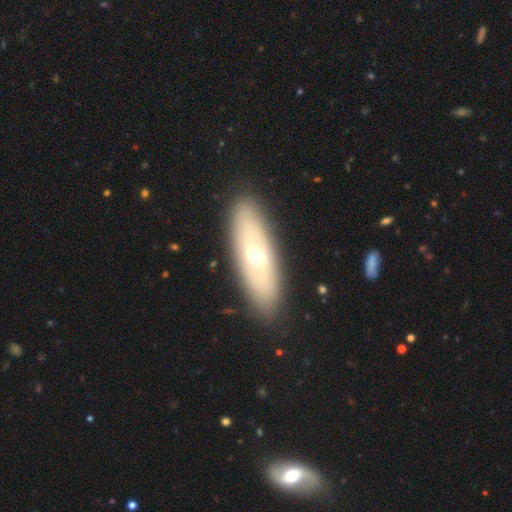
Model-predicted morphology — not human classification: This is possibly a featured or disk galaxy (49%). Merging: clearly none (88%).